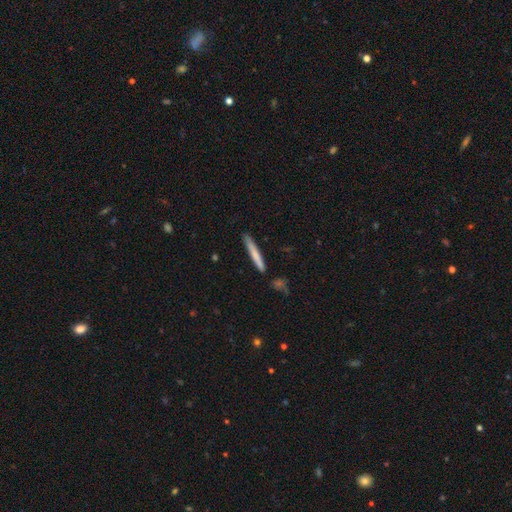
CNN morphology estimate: smooth_or_featured: smooth (p=0.73) [alt: featured or disk p=0.22]
how_rounded: cigar-shaped (p=0.96) [alt: in between p=0.03]
merging: none (p=0.84) [alt: minor disturbance p=0.11]